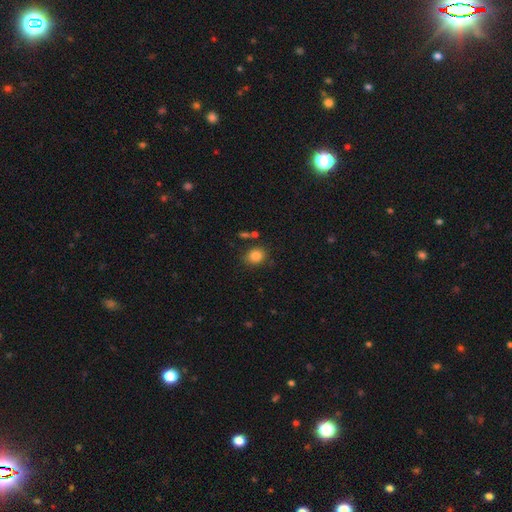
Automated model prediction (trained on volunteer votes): This appears to be a smooth galaxy with no disk features (84%) that is round (62%). Merging: none (78%).